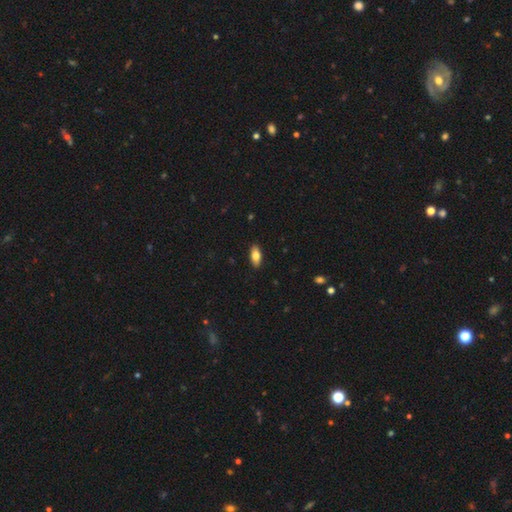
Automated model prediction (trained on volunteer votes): This is likely a smooth galaxy (79%). How rounded: clearly in between (88%). Merging: clearly none (90%).